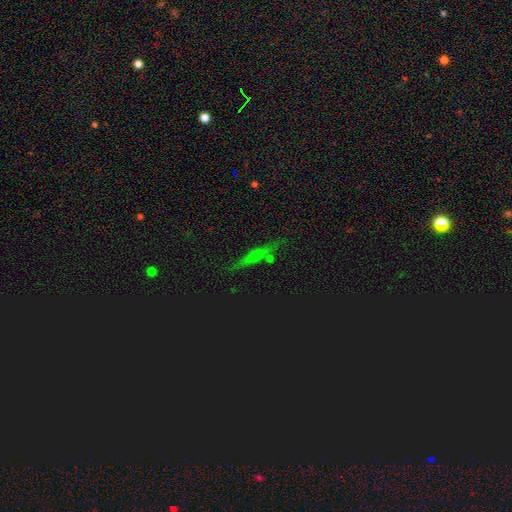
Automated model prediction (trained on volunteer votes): Morphology: type=smooth (42%); merging=none (76%).